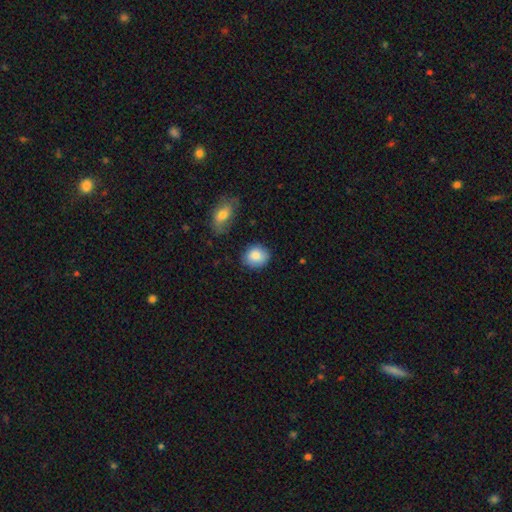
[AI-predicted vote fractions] This is clearly a smooth galaxy (85%). How rounded: likely round (66%). Merging: likely none (79%).